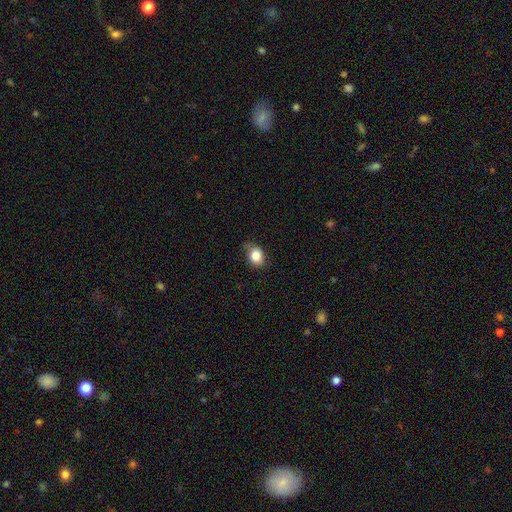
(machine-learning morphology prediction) smooth-or-featured: smooth: 85% | star or artifact: 9% | featured or disk: 6%
  how-rounded: in between: 53% | round: 46% | cigar-shaped: 1%
  merging: none: 60% | minor disturbance: 31% | major disturbance: 7% | merger: 2%